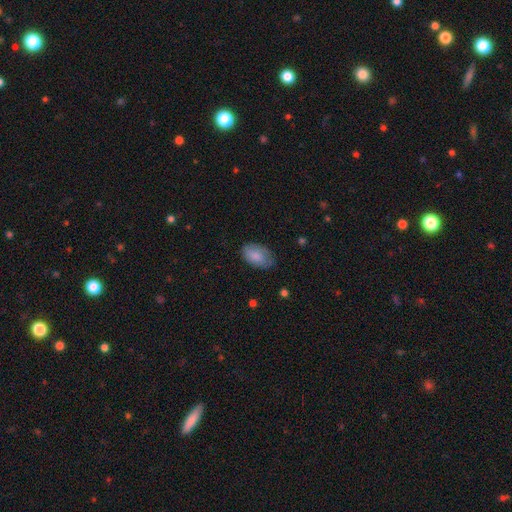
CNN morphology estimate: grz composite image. It shows a smooth galaxy with no disk features (82%) that is in between round and cigar-shaped (93%). Merging: none (73%).